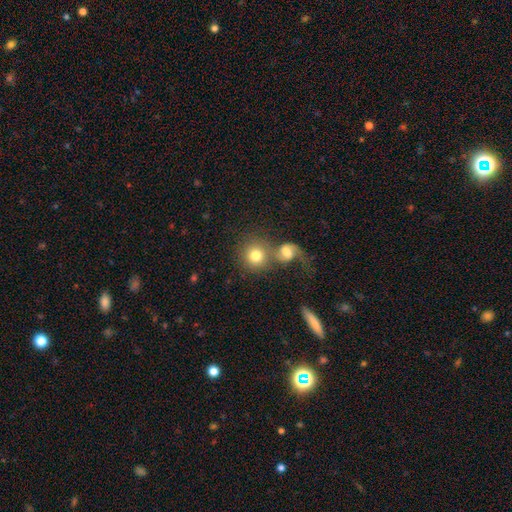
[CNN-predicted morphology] Q: Smooth or featured?
A: smooth (75%); runner-up: featured or disk (16%)
Q: How rounded?
A: round (88%); runner-up: in between (11%)
Q: Merging?
A: merger (43%); tied with: none (43%)